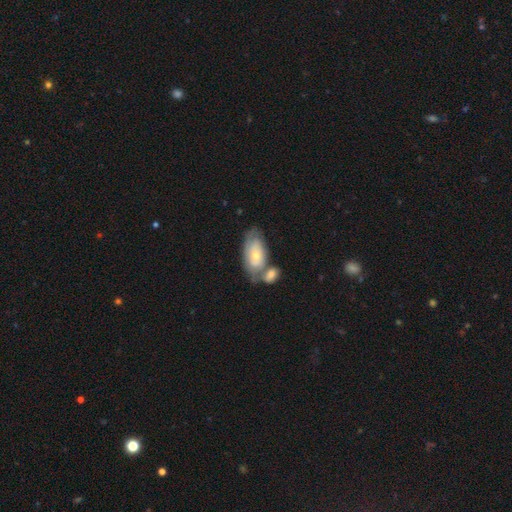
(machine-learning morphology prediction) This is possibly a smooth galaxy (52%). How rounded: clearly in between (91%). Merging: possibly merger (46%).